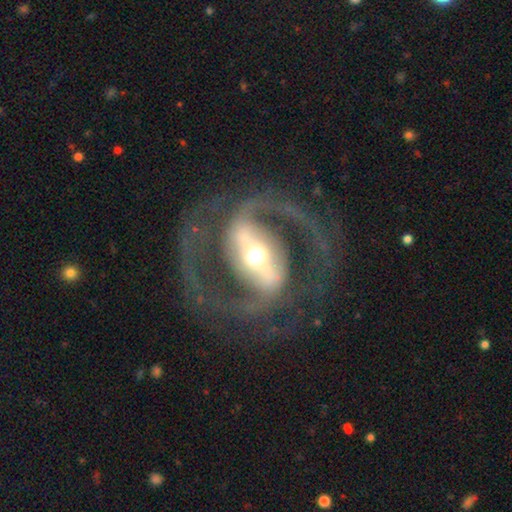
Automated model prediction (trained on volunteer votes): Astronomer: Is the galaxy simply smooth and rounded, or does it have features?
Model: featured or disk — 90%.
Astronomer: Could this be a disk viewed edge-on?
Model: no — 94%.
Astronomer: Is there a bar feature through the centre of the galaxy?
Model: strong — 76%.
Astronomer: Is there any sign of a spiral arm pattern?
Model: yes — 90%.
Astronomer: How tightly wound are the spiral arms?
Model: medium — 56%.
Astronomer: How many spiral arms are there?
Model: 2 — 92%.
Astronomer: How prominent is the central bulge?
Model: moderate — 62%.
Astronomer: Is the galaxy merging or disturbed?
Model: none — 73%.